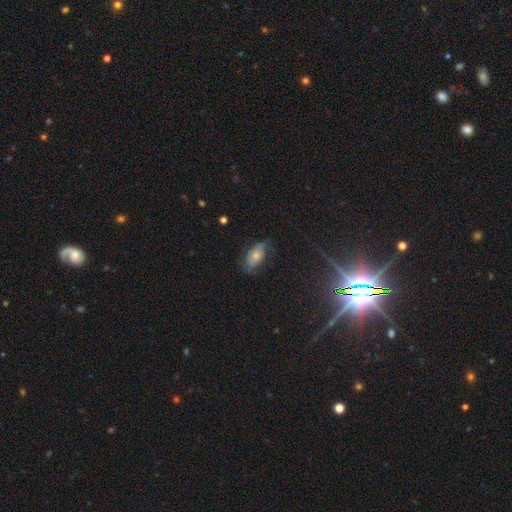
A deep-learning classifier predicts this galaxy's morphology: Smooth or featured: smooth — 60% (featured or disk — 30%)
How rounded: in between — 90% (cigar-shaped — 5%)
Merging: none — 57% (minor disturbance — 29%)